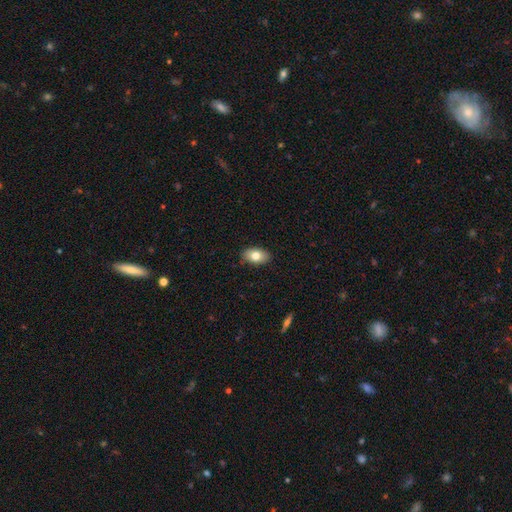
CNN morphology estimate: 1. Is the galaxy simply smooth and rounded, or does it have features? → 77% smooth, 15% featured or disk, 7% star or artifact.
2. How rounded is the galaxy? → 91% in between, 8% round, 2% cigar-shaped.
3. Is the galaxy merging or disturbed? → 88% none, 9% minor disturbance, 2% major disturbance, 1% merger.